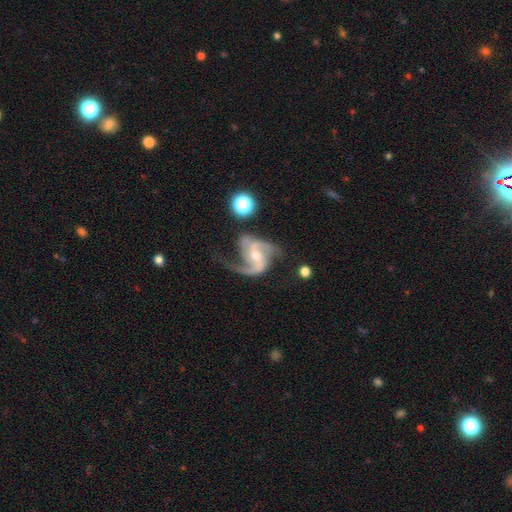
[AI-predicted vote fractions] A featured or disk galaxy (90%) with a weak bar (43%), 2 (72%) loose (49%) spiral arms (98%) and a moderate central bulge (53%). Merging: none (54%).